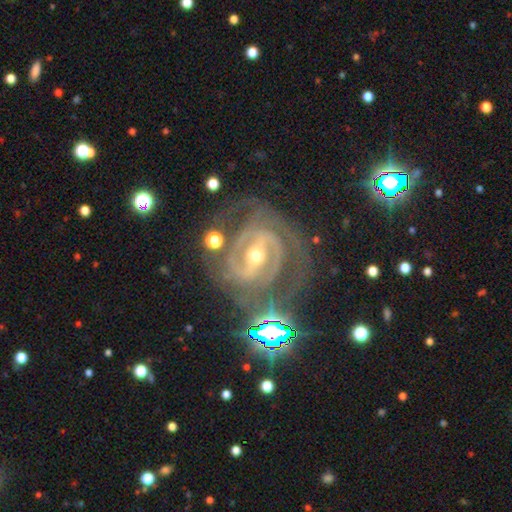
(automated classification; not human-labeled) This appears to be a featured or disk galaxy (89%) with a strong bar (60%), 2 (58%) tight (57%) spiral arms (95%) and a moderate central bulge (54%). Merging: none (66%).